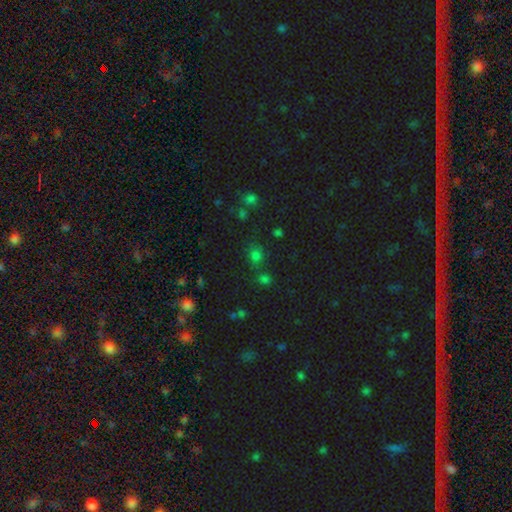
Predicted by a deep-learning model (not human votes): Smooth or featured: smooth — 63% (star or artifact — 31%)
How rounded: round — 72% (in between — 26%)
Merging: none — 69% (minor disturbance — 13%)